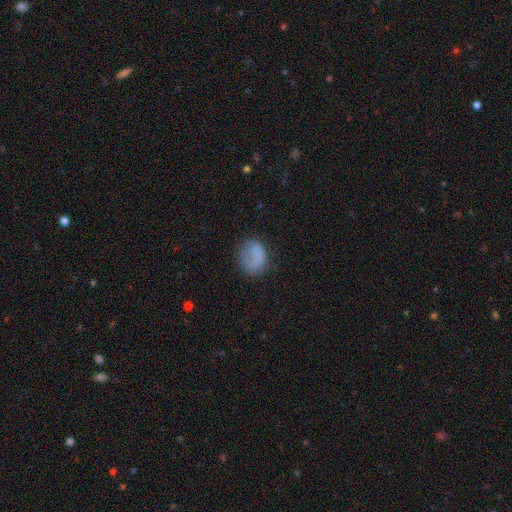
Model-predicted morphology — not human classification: smooth_or_featured: smooth (p=0.77) [alt: featured or disk p=0.13]
how_rounded: in between (p=0.55) [alt: round p=0.44]
merging: none (p=0.57) [alt: minor disturbance p=0.25]